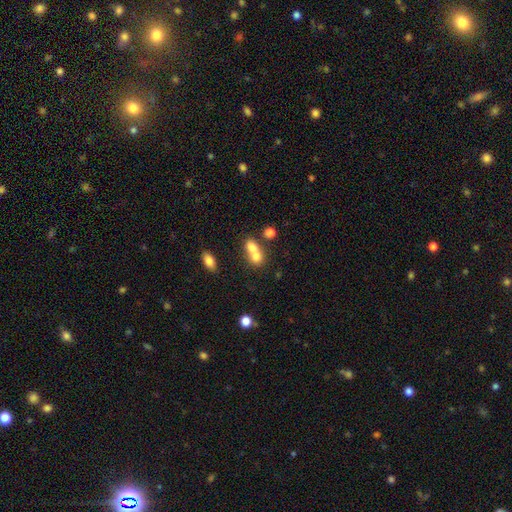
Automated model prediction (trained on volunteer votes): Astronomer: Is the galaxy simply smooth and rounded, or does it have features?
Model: smooth — 72%.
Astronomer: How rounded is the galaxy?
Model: round — 49% (runner-up: in between, 48%).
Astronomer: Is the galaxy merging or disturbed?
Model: merger — 68%.